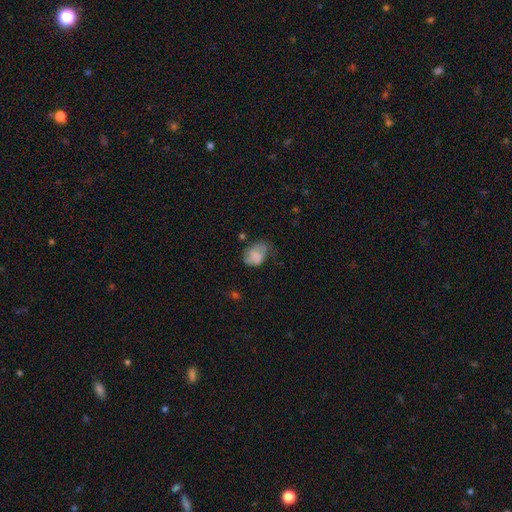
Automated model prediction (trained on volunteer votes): This appears to be a smooth galaxy with no disk features (69%) that is in between round and cigar-shaped (75%). Merging: none (41%).